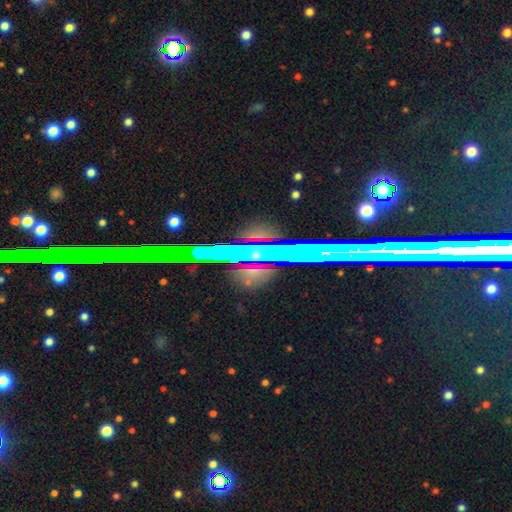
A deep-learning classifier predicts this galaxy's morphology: type=featured or disk (46%); merging=none (87%).